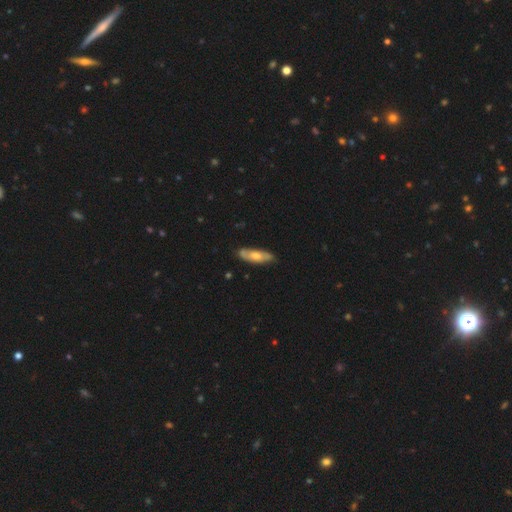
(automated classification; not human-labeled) A featured or disk galaxy (52%). Merging: none (83%).